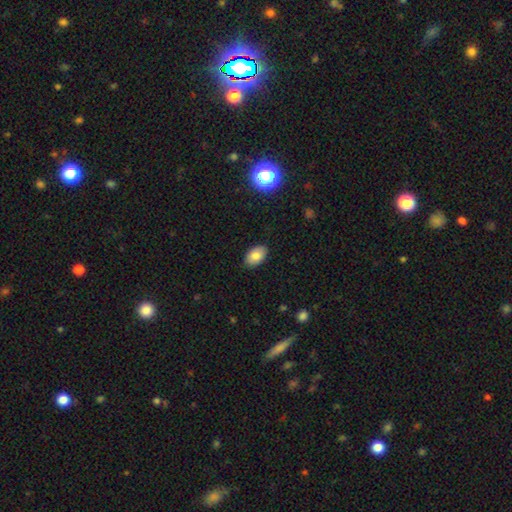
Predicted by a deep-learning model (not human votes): Q: Smooth or featured?
A: smooth (80%); runner-up: featured or disk (11%)
Q: How rounded?
A: in between (90%); runner-up: round (8%)
Q: Merging?
A: none (86%); runner-up: minor disturbance (11%)